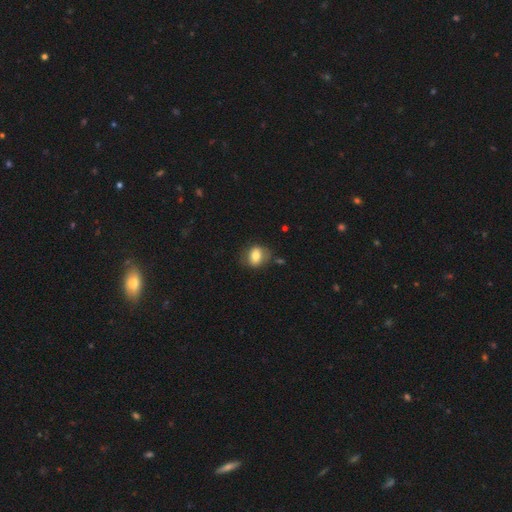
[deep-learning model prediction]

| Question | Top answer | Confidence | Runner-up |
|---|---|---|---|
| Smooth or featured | smooth | 74% | featured or disk (18%) |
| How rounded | in between | 58% | round (40%) |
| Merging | none | 70% | minor disturbance (19%) |